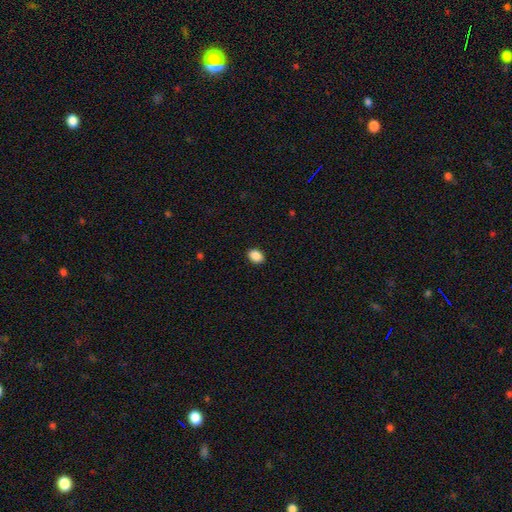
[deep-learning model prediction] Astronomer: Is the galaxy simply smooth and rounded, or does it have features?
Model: smooth — 89%.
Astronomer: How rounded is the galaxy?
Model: in between — 68%.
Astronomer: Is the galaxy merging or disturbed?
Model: none — 91%.